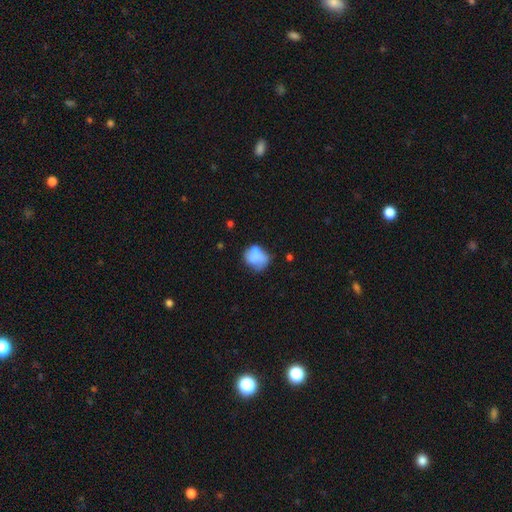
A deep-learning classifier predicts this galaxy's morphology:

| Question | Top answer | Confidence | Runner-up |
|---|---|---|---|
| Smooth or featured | smooth | 63% | featured or disk (28%) |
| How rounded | round | 55% | in between (43%) |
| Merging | none | 38% | minor disturbance (29%) |